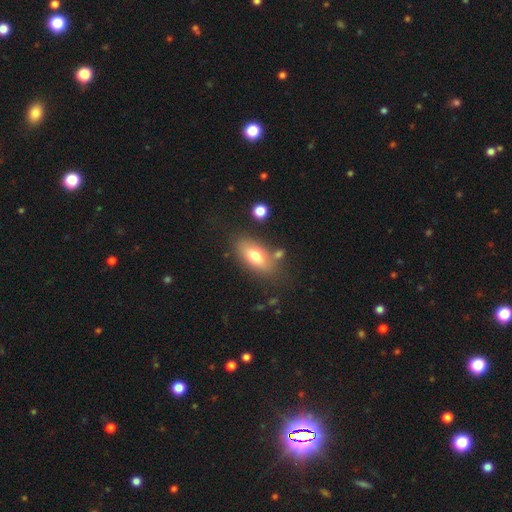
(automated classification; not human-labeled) A smooth galaxy with no disk features (73%) that is in between round and cigar-shaped (87%).

Vote fractions:
- Smooth or featured? smooth: 73% / featured or disk: 19% / star or artifact: 8%
- How rounded? in between: 87% / cigar-shaped: 8% / round: 6%
- Merging? none: 72% / minor disturbance: 15% / merger: 8% / major disturbance: 5%